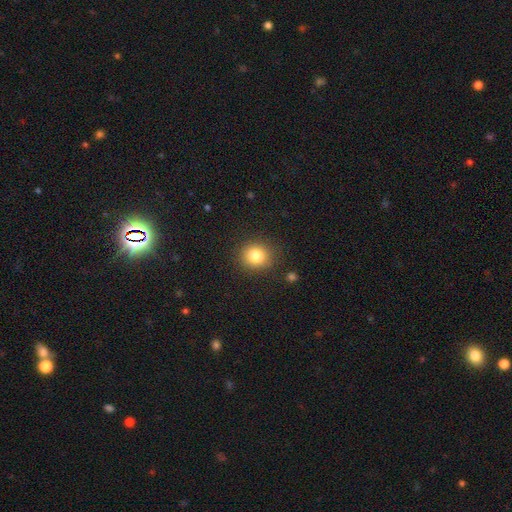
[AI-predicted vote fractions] Smooth or featured: smooth — 82% (star or artifact — 11%)
How rounded: round — 84% (in between — 15%)
Merging: none — 88% (minor disturbance — 8%)